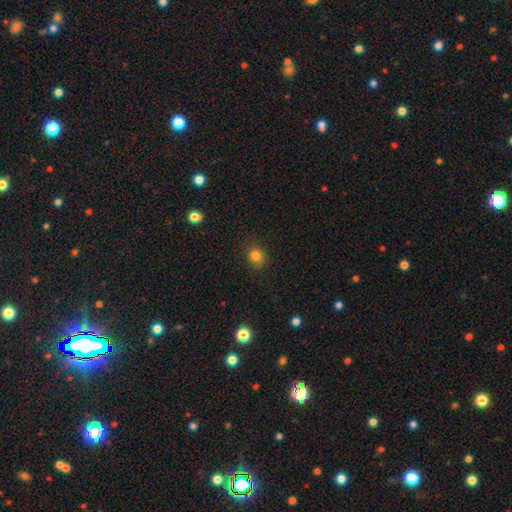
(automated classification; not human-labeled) Smooth or featured?
  - smooth: 82% *
  - star or artifact: 13%
  - featured or disk: 5%
How rounded?
  - round: 75% *
  - in between: 24%
  - cigar-shaped: 1%
Merging?
  - none: 85% *
  - minor disturbance: 11%
  - major disturbance: 3%
  - merger: 1%